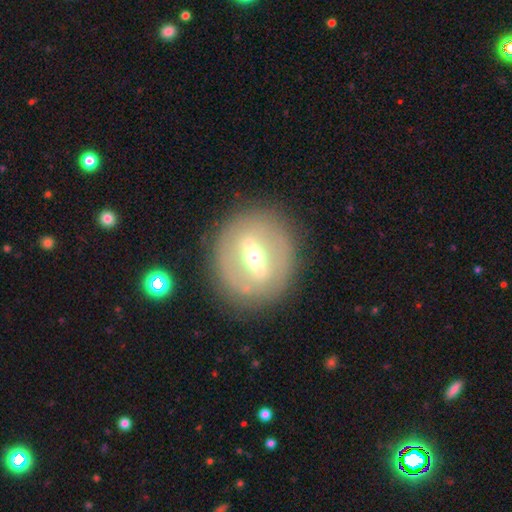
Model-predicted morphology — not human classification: This appears to be a featured or disk galaxy (73%) with a strong bar (67%), no spiral arms (80%) and a moderate central bulge (71%). Merging: none (84%).